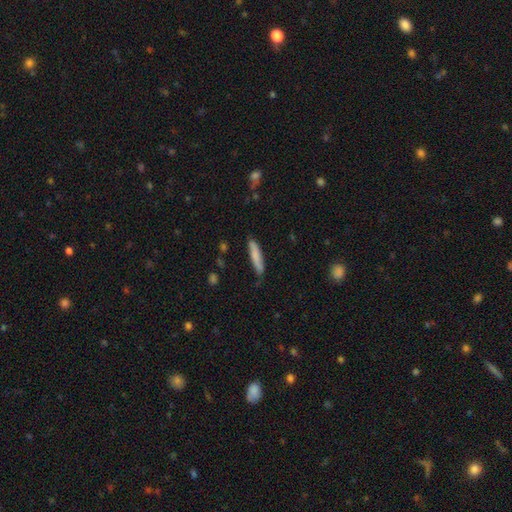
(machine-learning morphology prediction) smooth-or-featured: smooth: 78% | featured or disk: 16% | star or artifact: 6%
  how-rounded: cigar-shaped: 87% | in between: 12% | round: 1%
  merging: none: 77% | minor disturbance: 19% | major disturbance: 3% | merger: 2%